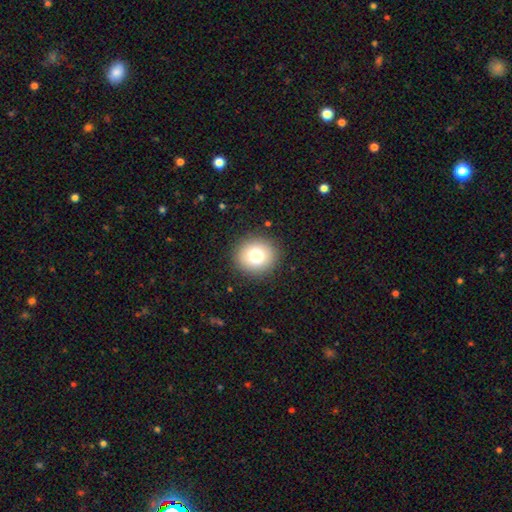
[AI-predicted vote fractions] smooth 78%, featured or disk 11%, star or artifact 11%. Down the decision tree: how rounded — round (86%); merging — none (90%).